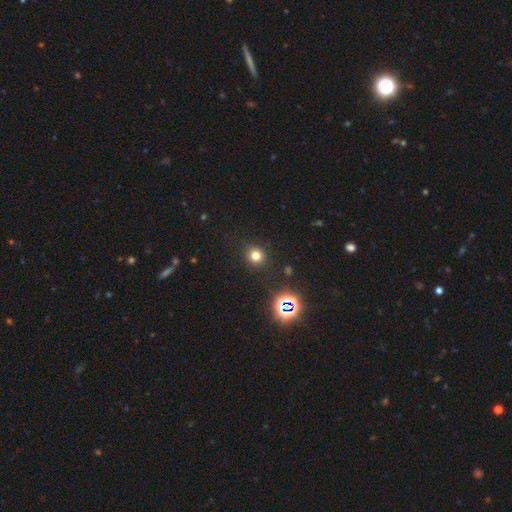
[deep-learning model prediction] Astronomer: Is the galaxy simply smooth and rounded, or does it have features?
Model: smooth — 74%.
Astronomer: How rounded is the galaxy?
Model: round — 88%.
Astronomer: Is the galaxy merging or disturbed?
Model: none — 90%.